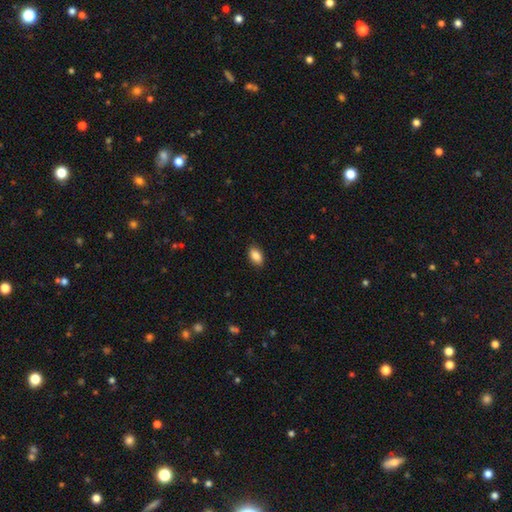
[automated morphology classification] A smooth galaxy with no disk features (87%) that is in between round and cigar-shaped (90%). Merging: none (88%).